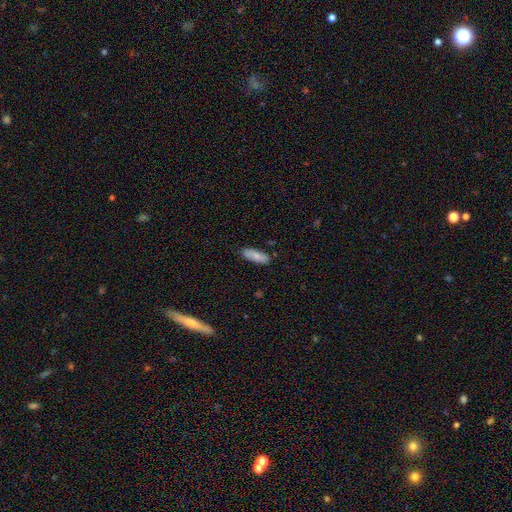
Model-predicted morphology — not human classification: Q: Smooth or featured?
A: smooth (81%); runner-up: featured or disk (13%)
Q: How rounded?
A: in between (64%); runner-up: cigar-shaped (34%)
Q: Merging?
A: none (85%); runner-up: minor disturbance (11%)